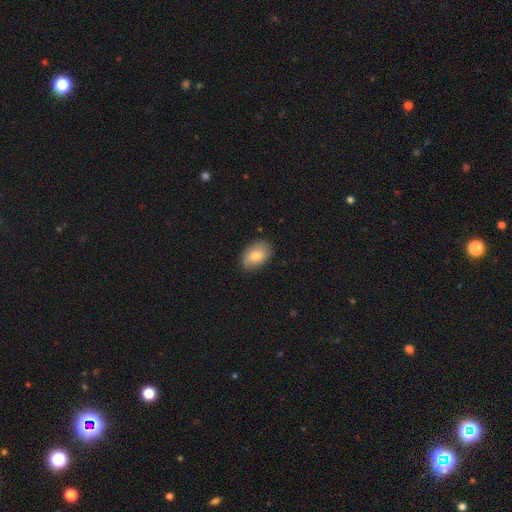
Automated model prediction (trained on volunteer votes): The model was most divided on "smooth or featured": smooth: 78%, featured or disk: 15%, star or artifact: 7%. More confident: how rounded — in between (87%); merging — none (83%).